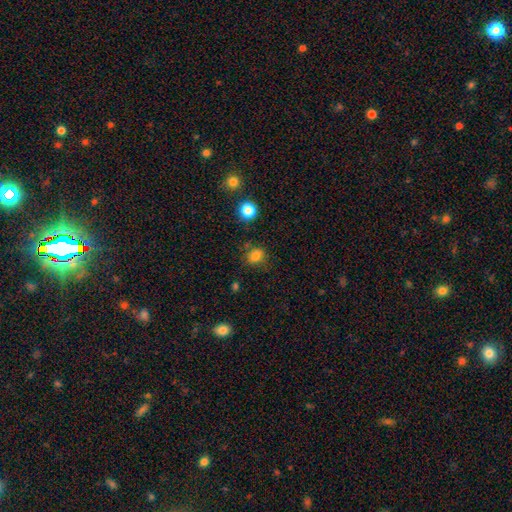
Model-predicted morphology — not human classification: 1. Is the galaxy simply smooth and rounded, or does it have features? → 80% smooth, 14% star or artifact, 6% featured or disk.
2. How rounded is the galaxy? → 58% round, 41% in between, 1% cigar-shaped.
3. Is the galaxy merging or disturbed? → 75% none, 16% minor disturbance, 5% major disturbance, 4% merger.